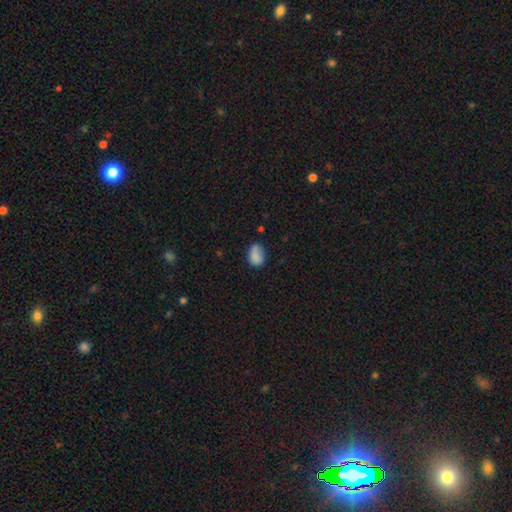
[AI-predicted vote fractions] The model was most divided on "merging": none: 59%, minor disturbance: 28%, major disturbance: 8%, merger: 4%. More confident: smooth or featured — smooth (81%); how rounded — in between (77%).